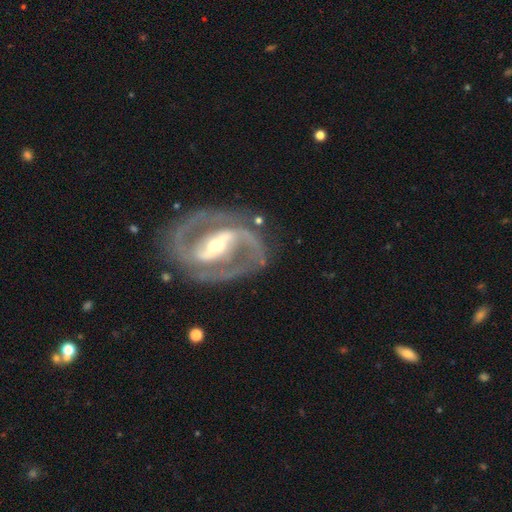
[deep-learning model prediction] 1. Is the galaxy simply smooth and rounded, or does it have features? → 92% featured or disk, 4% star or artifact, 4% smooth.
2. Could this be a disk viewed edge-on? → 97% no, 3% yes.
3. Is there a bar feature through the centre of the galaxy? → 68% strong, 23% weak, 9% no.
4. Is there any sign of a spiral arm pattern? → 97% yes, 3% no.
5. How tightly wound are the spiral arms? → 56% medium, 32% tight, 11% loose.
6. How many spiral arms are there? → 92% 2, 2% 3, 2% can't tell, 1% 1, 1% 4, 1% more than 4.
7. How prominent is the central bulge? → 54% moderate, 40% small, 4% large, 1% dominant, 1% none.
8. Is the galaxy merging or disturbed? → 79% none, 13% minor disturbance, 6% major disturbance, 2% merger.